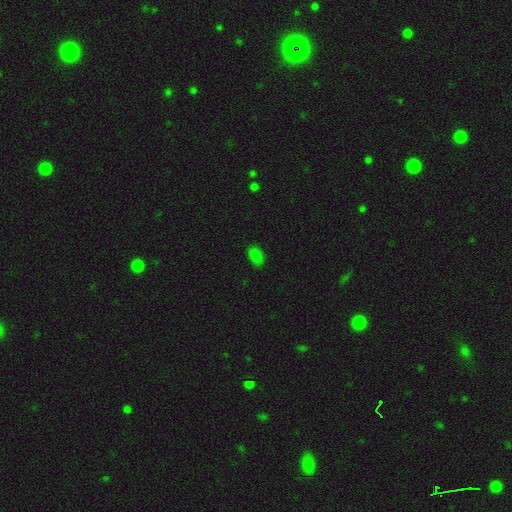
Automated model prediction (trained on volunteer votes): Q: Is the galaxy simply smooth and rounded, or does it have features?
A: smooth — 80%.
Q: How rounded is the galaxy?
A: in between — 90%.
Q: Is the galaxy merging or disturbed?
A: none — 84%.